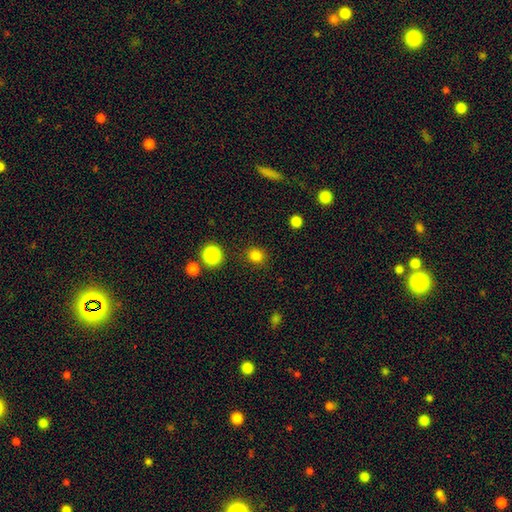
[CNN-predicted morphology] smooth-or-featured: smooth: 81% | star or artifact: 15% | featured or disk: 4%
  how-rounded: round: 80% | in between: 19% | cigar-shaped: 1%
  merging: none: 87% | minor disturbance: 8% | major disturbance: 3% | merger: 2%